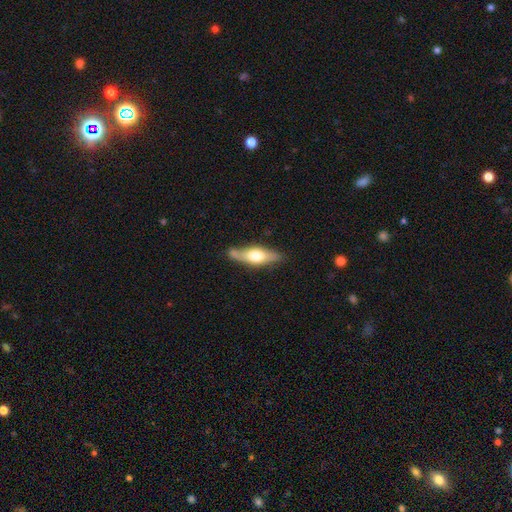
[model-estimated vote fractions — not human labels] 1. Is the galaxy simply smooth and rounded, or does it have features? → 50% featured or disk, 45% smooth, 5% star or artifact.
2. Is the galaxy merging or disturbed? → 70% none, 19% minor disturbance, 6% merger, 5% major disturbance.